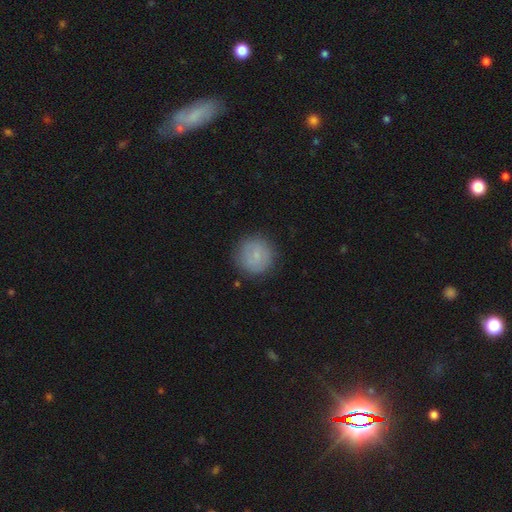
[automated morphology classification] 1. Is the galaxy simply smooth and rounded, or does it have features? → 72% smooth, 20% featured or disk, 8% star or artifact.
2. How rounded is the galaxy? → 94% round, 5% in between, 1% cigar-shaped.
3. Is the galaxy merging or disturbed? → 86% none, 10% minor disturbance, 3% major disturbance, 1% merger.